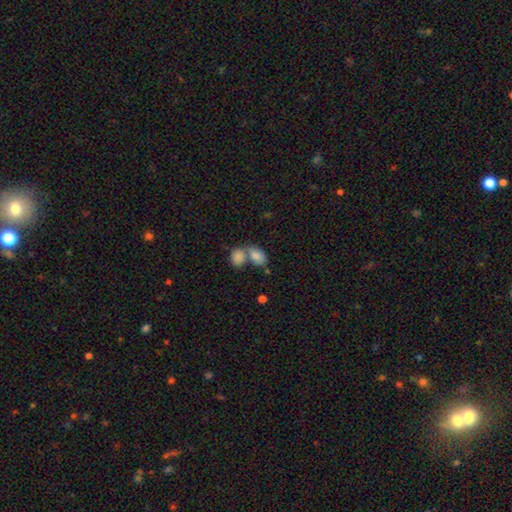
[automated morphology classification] smooth 82%, featured or disk 9%, star or artifact 9%. Down the decision tree: how rounded — in between (80%); merging — merger (59%).